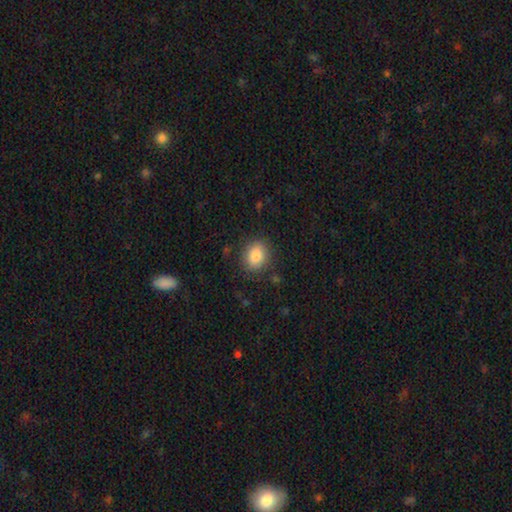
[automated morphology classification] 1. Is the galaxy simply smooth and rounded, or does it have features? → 85% smooth, 9% star or artifact, 6% featured or disk.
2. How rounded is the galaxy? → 58% round, 41% in between, 1% cigar-shaped.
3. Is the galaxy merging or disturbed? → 84% none, 11% minor disturbance, 4% major disturbance, 1% merger.